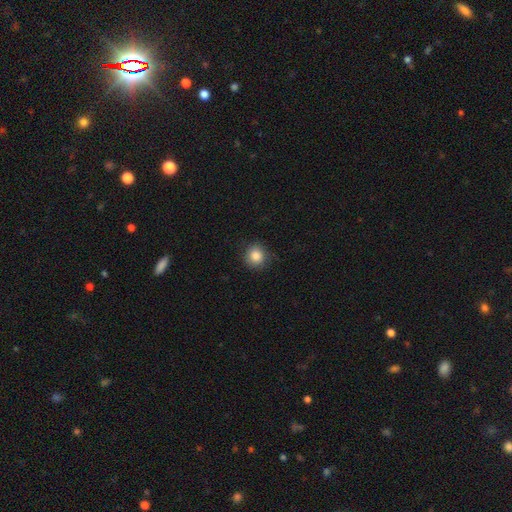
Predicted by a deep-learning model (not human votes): This appears to be a smooth galaxy with no disk features (86%) that is round (89%). Merging: none (85%).